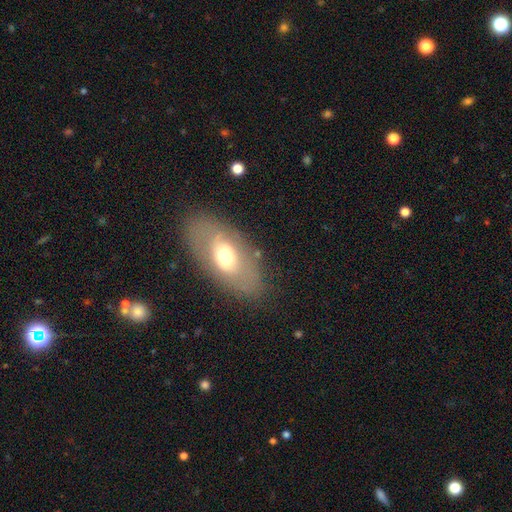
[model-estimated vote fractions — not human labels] The model was most divided on "smooth or featured": smooth: 53%, featured or disk: 39%, star or artifact: 8%. More confident: how rounded — in between (89%); merging — none (78%).